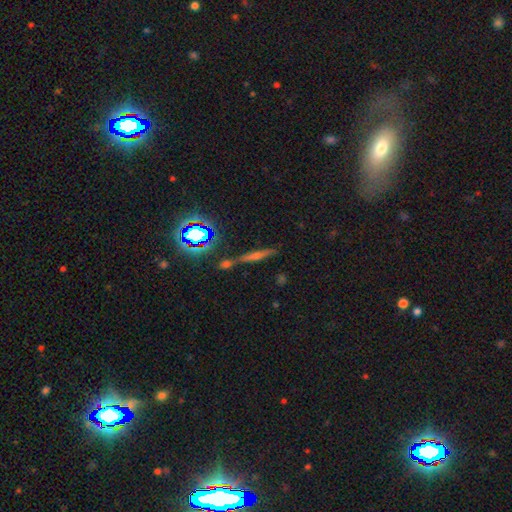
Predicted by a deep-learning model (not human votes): smooth_or_featured: featured or disk (p=0.42) [alt: smooth p=0.31]
merging: none (p=0.76) [alt: minor disturbance p=0.10]